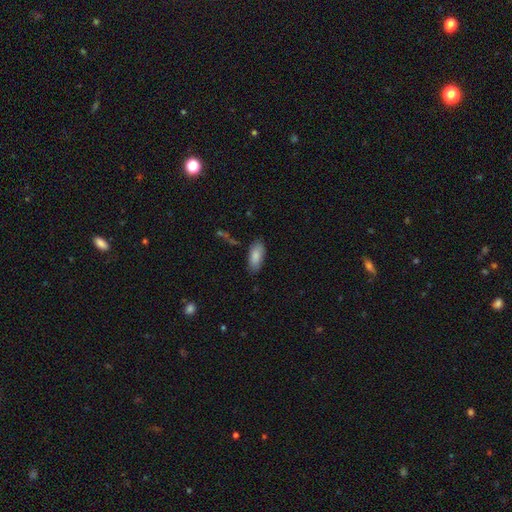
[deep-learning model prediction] Smooth or featured? Predicted: smooth (p=0.84). How rounded? Predicted: in between (p=0.87). Merging? Predicted: none (p=0.81).